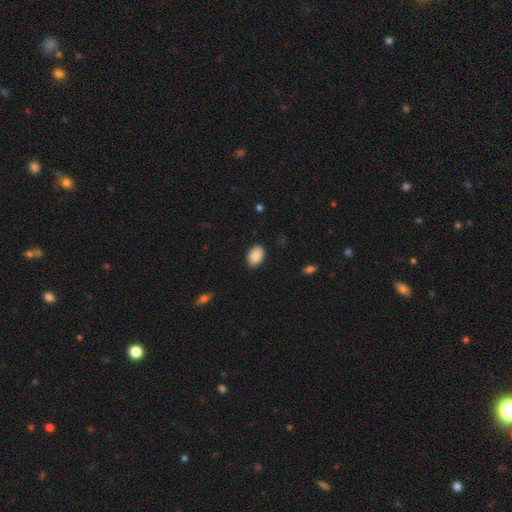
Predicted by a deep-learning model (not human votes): Smooth or featured? smooth (87%)
How rounded? in between (90%)
Merging? none (88%)